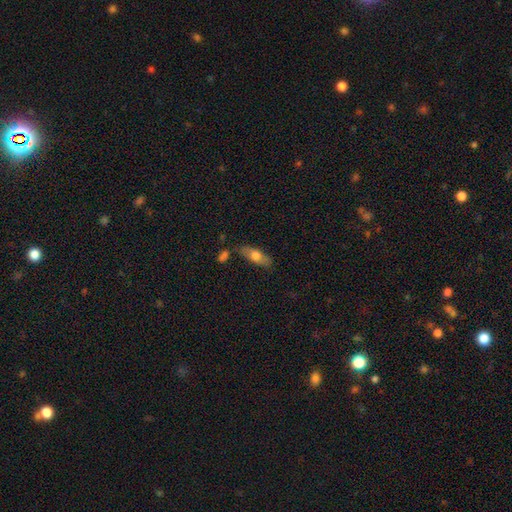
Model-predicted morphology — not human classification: type=smooth (66%); roundness=in between (63%); merging=none (75%).